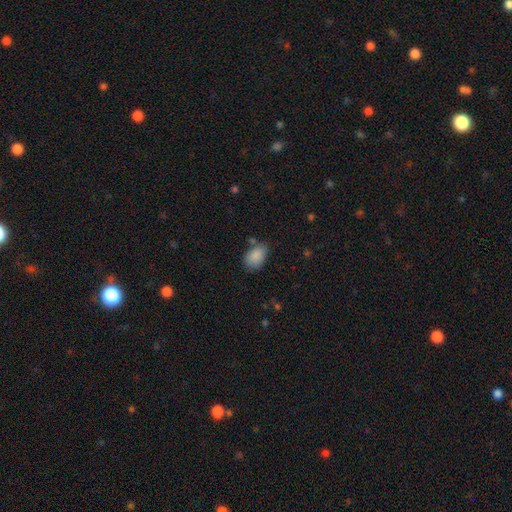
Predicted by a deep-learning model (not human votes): Smooth or featured?
  - smooth: 88% *
  - star or artifact: 8%
  - featured or disk: 5%
How rounded?
  - in between: 84% *
  - round: 15%
  - cigar-shaped: 1%
Merging?
  - none: 65% *
  - minor disturbance: 23%
  - merger: 6%
  - major disturbance: 5%